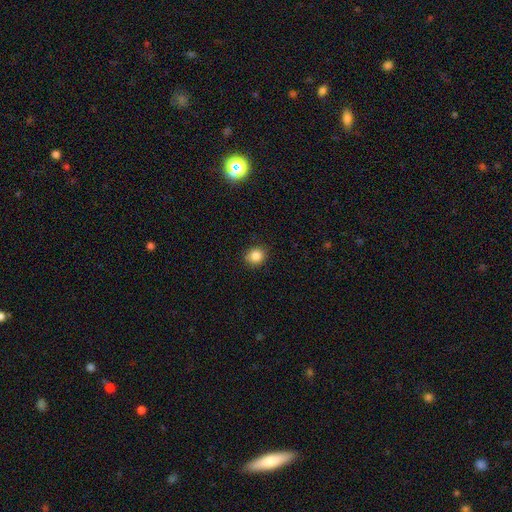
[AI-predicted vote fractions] A smooth galaxy with no disk features (85%) that is round (83%).

Vote fractions:
- Smooth or featured? smooth: 85% / star or artifact: 10% / featured or disk: 4%
- How rounded? round: 83% / in between: 16% / cigar-shaped: 1%
- Merging? none: 89% / minor disturbance: 8% / major disturbance: 2% / merger: 1%